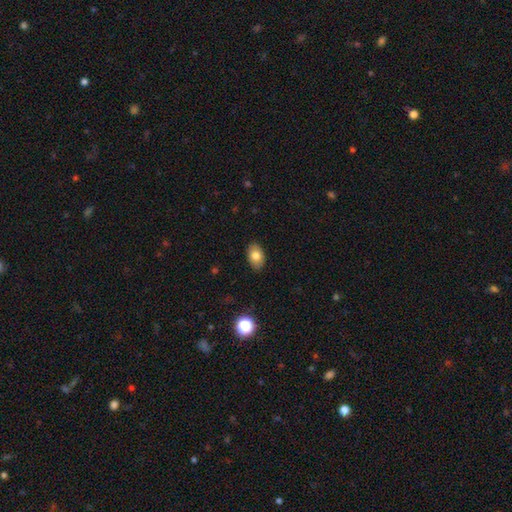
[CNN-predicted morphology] smooth 78%, featured or disk 14%, star or artifact 9%. Down the decision tree: how rounded — in between (87%); merging — none (88%).